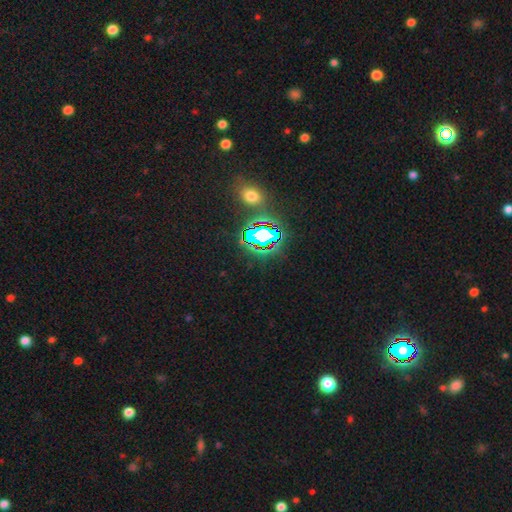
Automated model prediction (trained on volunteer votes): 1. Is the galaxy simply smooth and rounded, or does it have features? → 72% star or artifact, 20% smooth, 9% featured or disk.